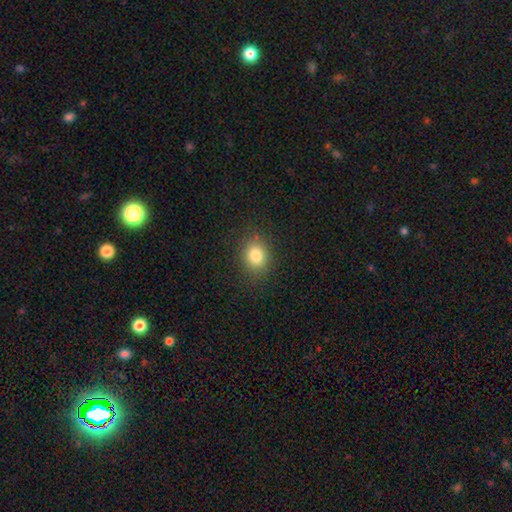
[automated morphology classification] Overall: smooth (81%). How rounded: round (59%; in between 40%). Merging: none (86%).